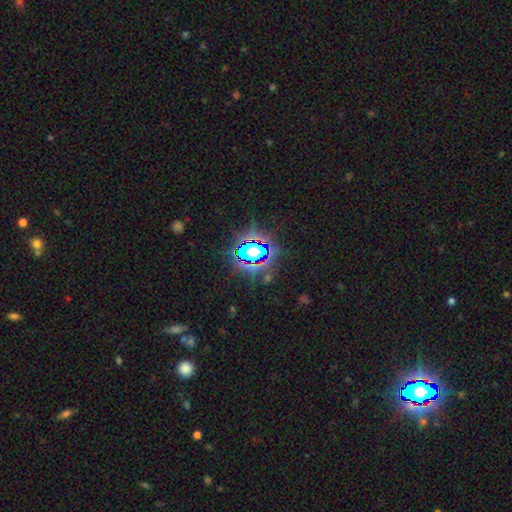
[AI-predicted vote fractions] Morphology: type=star or artifact (67%).